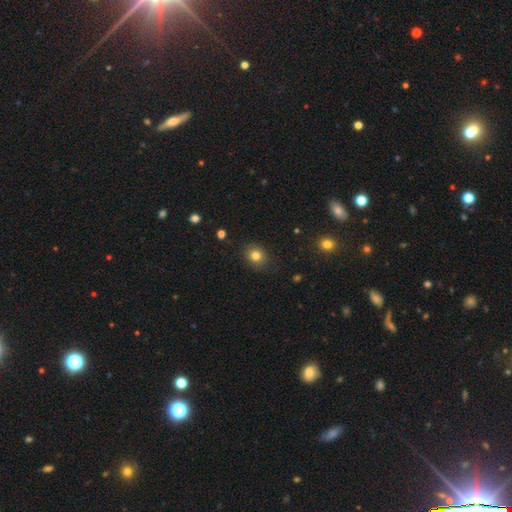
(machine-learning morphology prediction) This is clearly a smooth galaxy (80%). How rounded: likely round (70%). Merging: clearly none (87%).